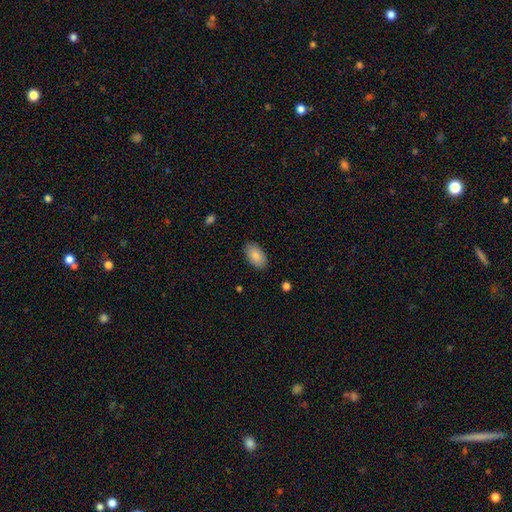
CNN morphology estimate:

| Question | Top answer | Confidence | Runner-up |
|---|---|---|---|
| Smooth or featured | smooth | 88% | star or artifact (6%) |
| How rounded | in between | 95% | round (4%) |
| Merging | none | 86% | minor disturbance (10%) |